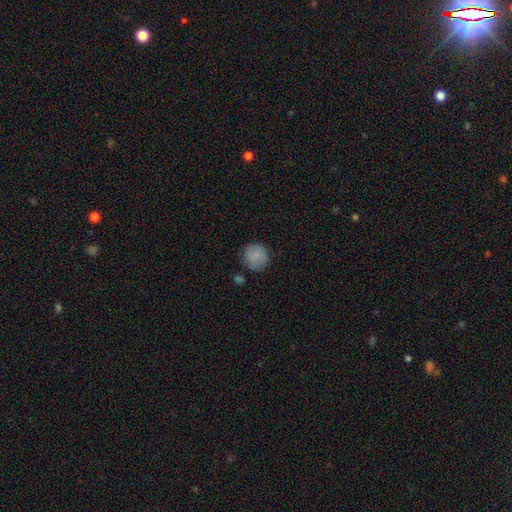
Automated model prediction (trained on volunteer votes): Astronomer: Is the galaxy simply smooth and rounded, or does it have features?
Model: smooth — 85%.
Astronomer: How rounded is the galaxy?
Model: round — 91%.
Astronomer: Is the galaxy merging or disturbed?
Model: none — 79%.